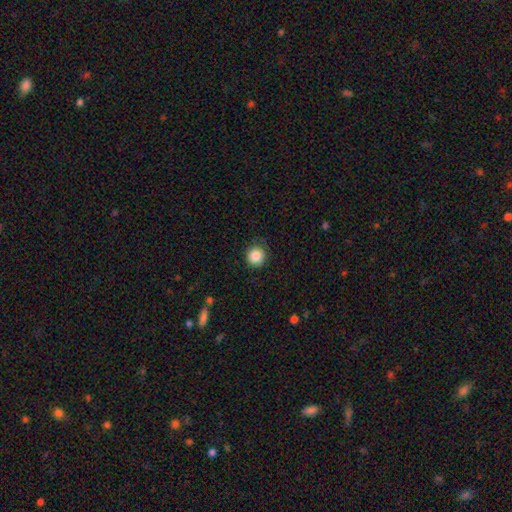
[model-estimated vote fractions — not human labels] Smooth or featured? Predicted: smooth (p=0.87). How rounded? Predicted: round (p=0.93). Merging? Predicted: none (p=0.86).